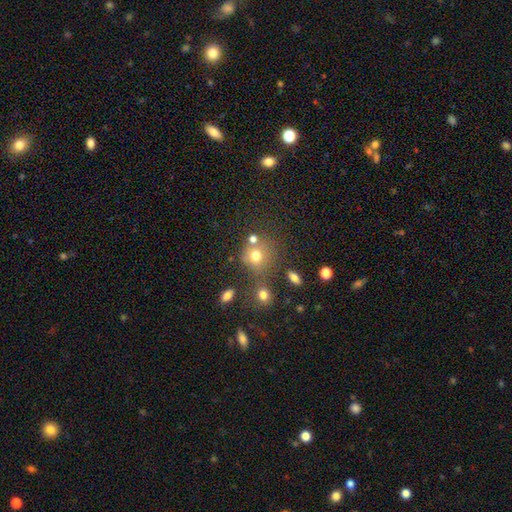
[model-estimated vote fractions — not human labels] This is likely a smooth galaxy (72%). How rounded: clearly round (82%). Merging: possibly none (58%).